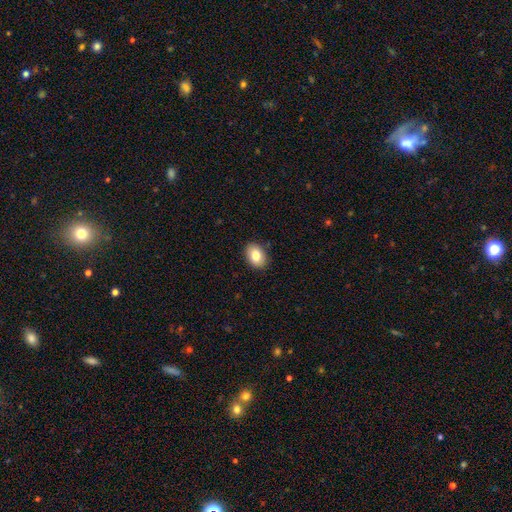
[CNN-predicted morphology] This is clearly a smooth galaxy (82%). How rounded: clearly in between (80%). Merging: clearly none (88%).